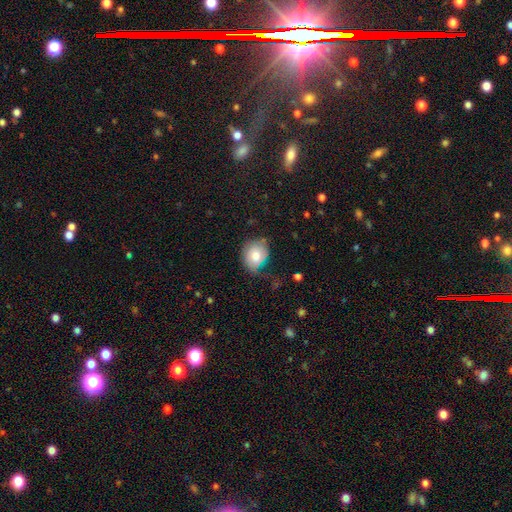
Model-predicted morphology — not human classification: Smooth or featured?
  - smooth: 74% *
  - featured or disk: 18%
  - star or artifact: 8%
How rounded?
  - round: 58% *
  - in between: 41%
  - cigar-shaped: 1%
Merging?
  - none: 54% *
  - minor disturbance: 32%
  - major disturbance: 12%
  - merger: 2%